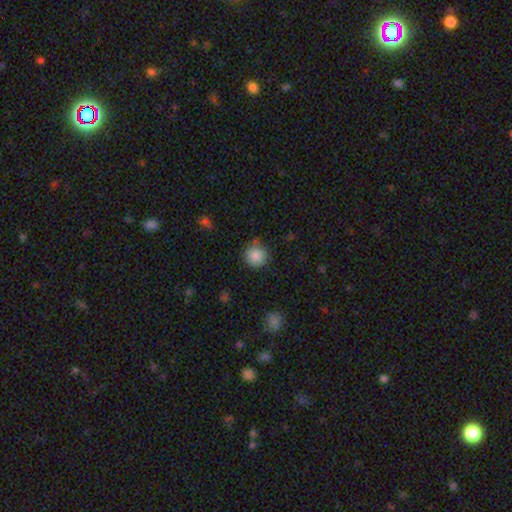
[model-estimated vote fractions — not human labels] Overall: smooth (85%). How rounded: round (94%). Merging: none (80%).